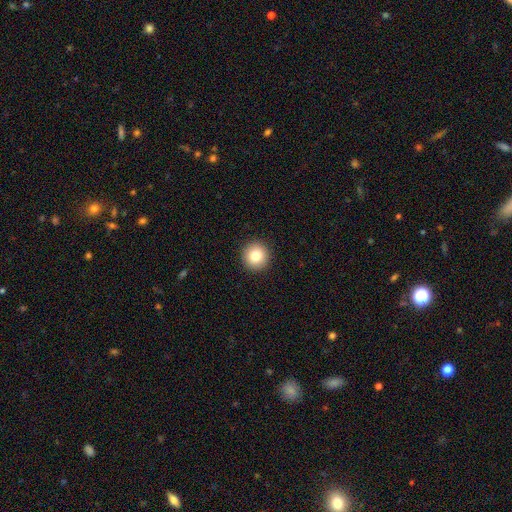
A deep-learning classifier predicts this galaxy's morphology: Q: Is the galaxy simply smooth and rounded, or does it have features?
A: smooth — 82%.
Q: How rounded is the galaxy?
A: round — 95%.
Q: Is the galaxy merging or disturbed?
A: none — 93%.